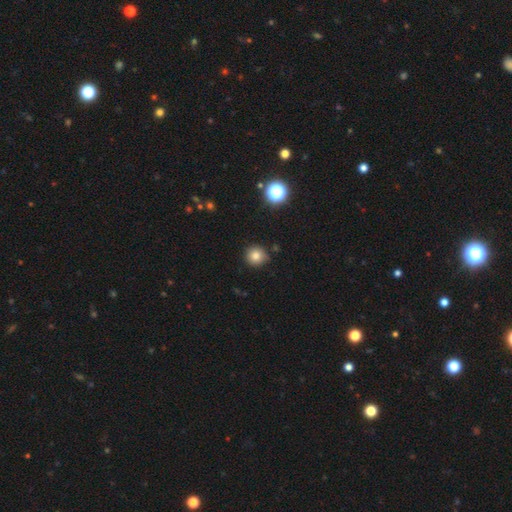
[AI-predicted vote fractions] Overall: smooth (81%). How rounded: round (93%). Merging: none (87%).